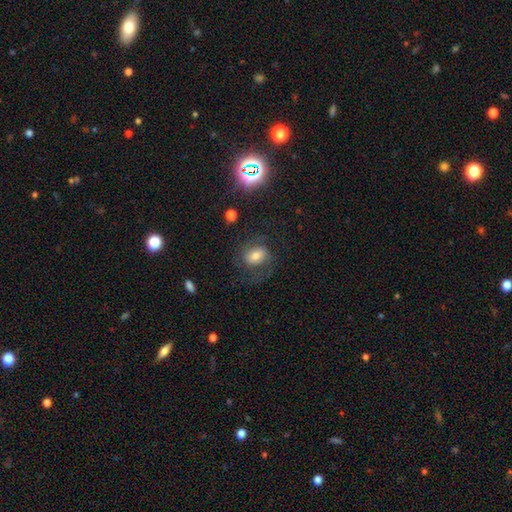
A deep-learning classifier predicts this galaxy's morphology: Smooth or featured?
  - smooth: 44% *
  - featured or disk: 42%
  - star or artifact: 14%
Merging?
  - none: 58% *
  - major disturbance: 23%
  - minor disturbance: 18%
  - merger: 2%